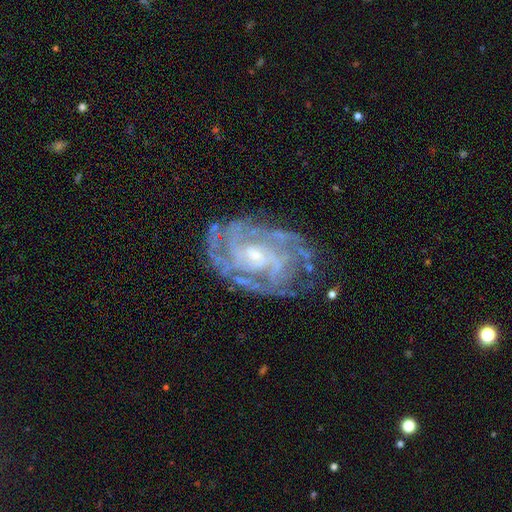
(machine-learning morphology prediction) Q: Smooth or featured?
A: featured or disk (88%); runner-up: star or artifact (6%)
Q: Edge-on disk?
A: no (97%); runner-up: yes (3%)
Q: Bar?
A: no (54%); runner-up: weak (36%)
Q: Spiral arms?
A: yes (95%); runner-up: no (5%)
Q: Spiral winding?
A: tight (67%); runner-up: medium (28%)
Q: Spiral arm count?
A: can't tell (32%); runner-up: 4 (21%)
Q: Bulge size?
A: small (63%); runner-up: moderate (30%)
Q: Merging?
A: none (71%); runner-up: minor disturbance (19%)